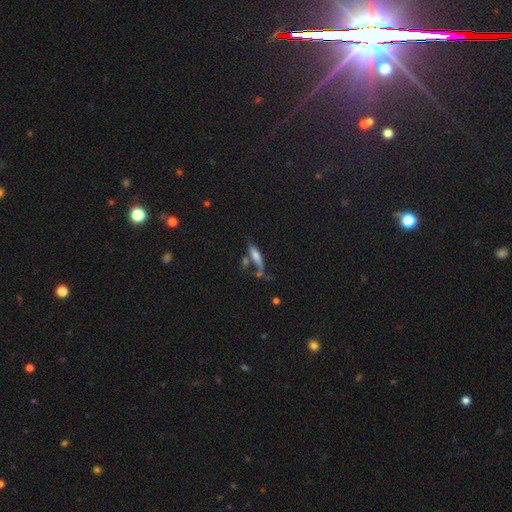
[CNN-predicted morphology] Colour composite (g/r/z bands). It shows a smooth galaxy with no disk features (60%) that is cigar-shaped (68%). Merging: none (48%).